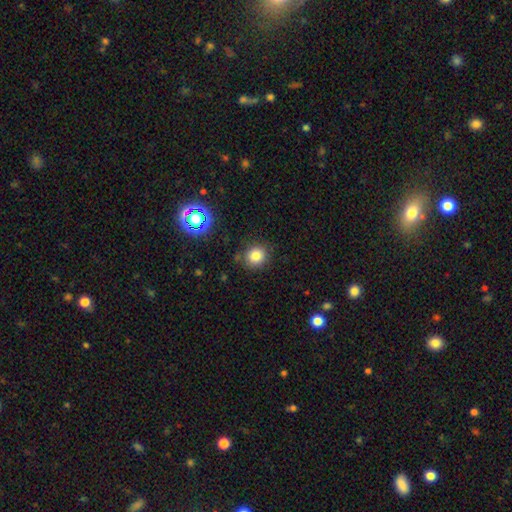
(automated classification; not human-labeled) A smooth galaxy with no disk features (80%) that is round (84%). Merging: none (83%).